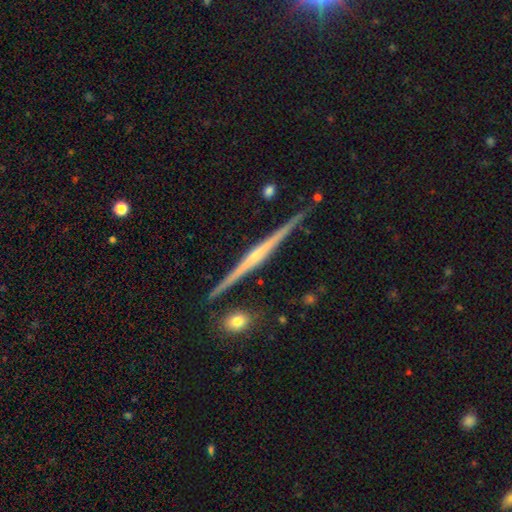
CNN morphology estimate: Smooth or featured? Predicted: featured or disk (p=0.81). Edge-on disk? Predicted: yes (p=0.98). Edge-on bulge? Predicted: rounded (p=0.45). Merging? Predicted: none (p=0.89).